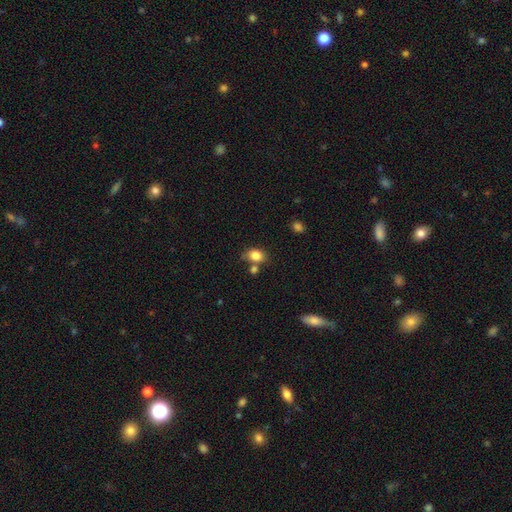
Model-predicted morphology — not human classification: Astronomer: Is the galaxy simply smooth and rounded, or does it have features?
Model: smooth — 83%.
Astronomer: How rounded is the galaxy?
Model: in between — 68%.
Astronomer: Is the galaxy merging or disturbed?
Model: none — 59%.